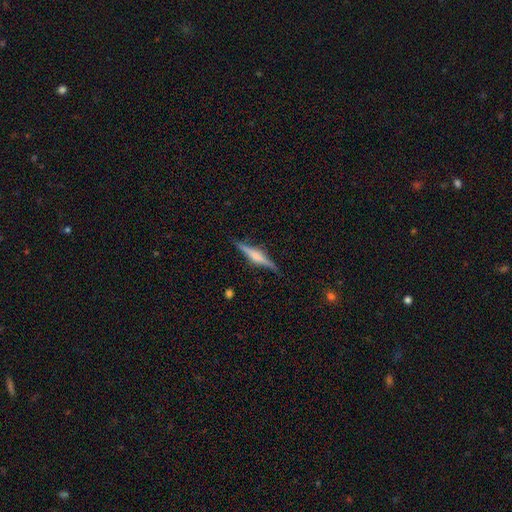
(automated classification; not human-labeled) Morphology: type=featured or disk (71%); edge-on=yes (98%); edge-on bulge=rounded (69%); merging=none (88%).